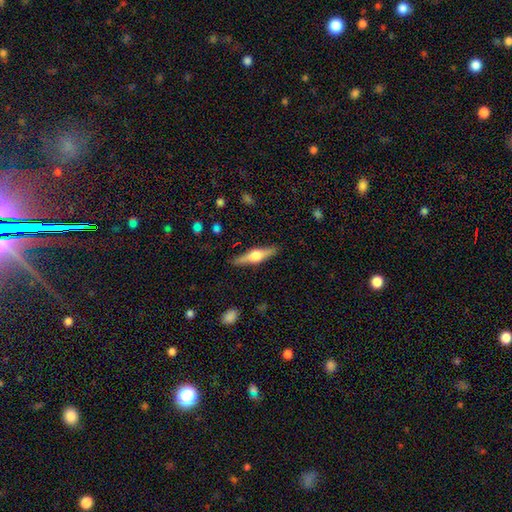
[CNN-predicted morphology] Smooth or featured: featured or disk — 65% (smooth — 29%)
Edge-on disk: yes — 97% (no — 3%)
Edge-on bulge: rounded — 93% (boxy — 5%)
Merging: none — 88% (minor disturbance — 9%)